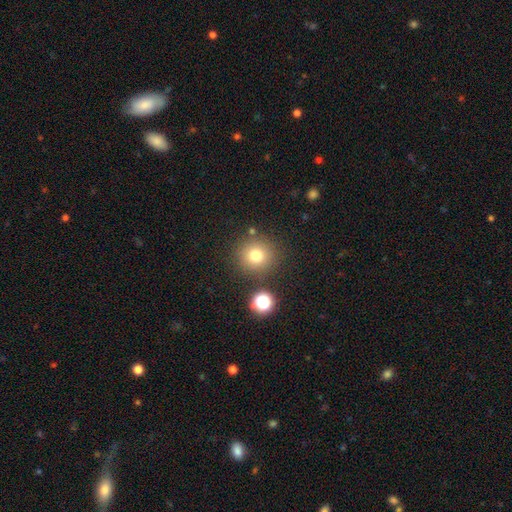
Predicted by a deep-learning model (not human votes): smooth-or-featured: smooth: 77% | star or artifact: 14% | featured or disk: 9%
  how-rounded: round: 94% | in between: 6% | cigar-shaped: 1%
  merging: none: 82% | minor disturbance: 8% | merger: 7% | major disturbance: 3%